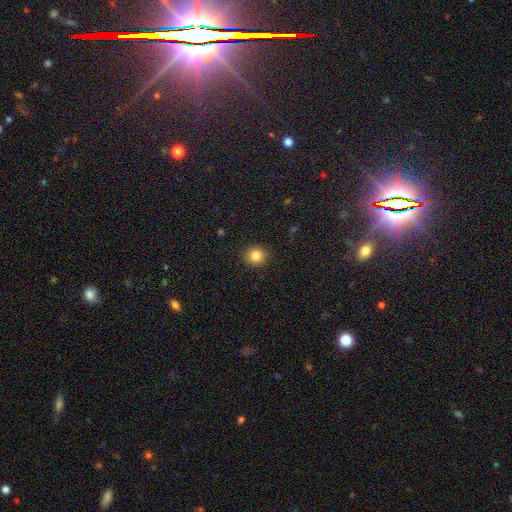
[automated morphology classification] This appears to be a smooth galaxy with no disk features (84%) that is round (89%). Merging: none (91%).